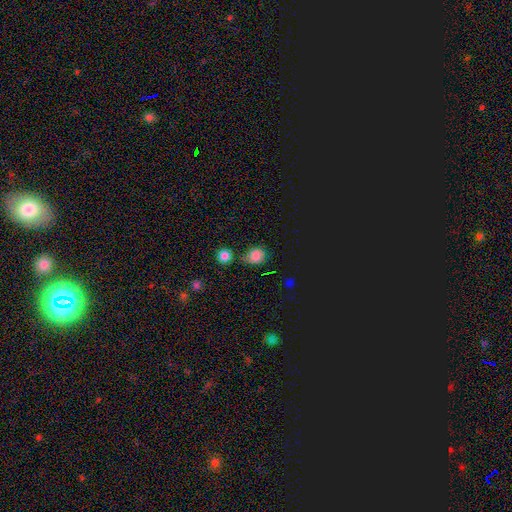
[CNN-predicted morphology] smooth-or-featured: smooth: 71% | star or artifact: 21% | featured or disk: 8%
  how-rounded: round: 69% | in between: 29% | cigar-shaped: 1%
  merging: none: 62% | minor disturbance: 22% | merger: 8% | major disturbance: 7%